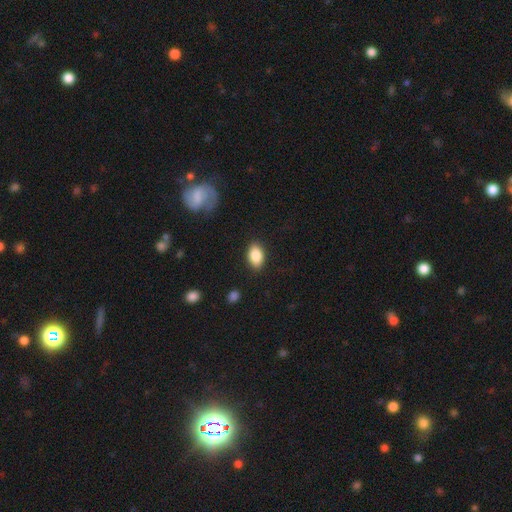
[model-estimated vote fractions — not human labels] This appears to be a smooth galaxy with no disk features (86%) that is in between round and cigar-shaped (90%). Merging: none (87%).